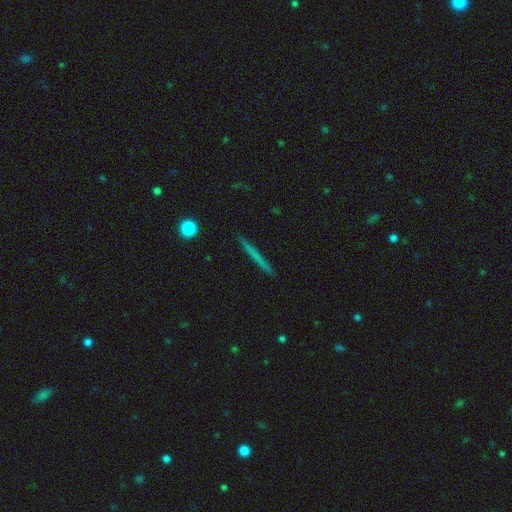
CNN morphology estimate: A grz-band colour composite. It shows a smooth galaxy with no disk features (55%) that is cigar-shaped (96%). Merging: none (92%).